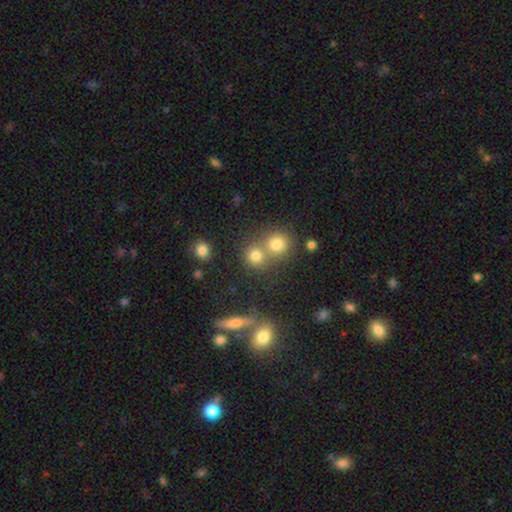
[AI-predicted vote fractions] smooth-or-featured: smooth: 76% | star or artifact: 15% | featured or disk: 9%
  how-rounded: round: 87% | in between: 11% | cigar-shaped: 1%
  merging: none: 53% | merger: 38% | minor disturbance: 6% | major disturbance: 3%